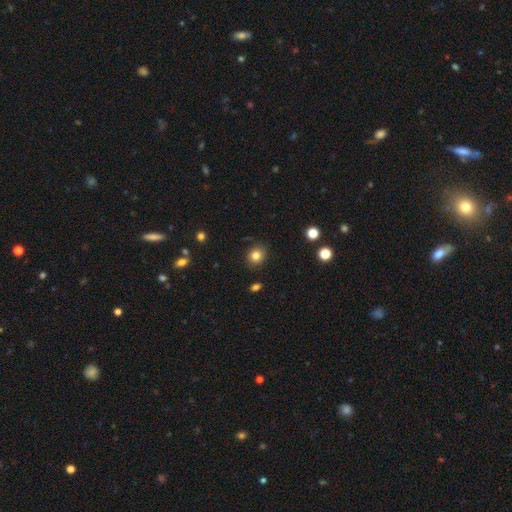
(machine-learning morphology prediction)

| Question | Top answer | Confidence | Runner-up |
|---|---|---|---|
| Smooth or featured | smooth | 82% | star or artifact (11%) |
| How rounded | round | 78% | in between (21%) |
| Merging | none | 87% | minor disturbance (9%) |